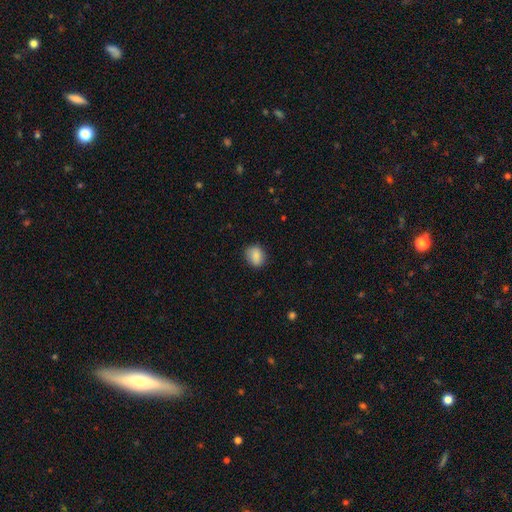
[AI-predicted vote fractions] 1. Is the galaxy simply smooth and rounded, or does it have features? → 85% smooth, 8% star or artifact, 7% featured or disk.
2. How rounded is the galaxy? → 54% round, 45% in between, 1% cigar-shaped.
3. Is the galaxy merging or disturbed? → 83% none, 13% minor disturbance, 3% major disturbance, 1% merger.